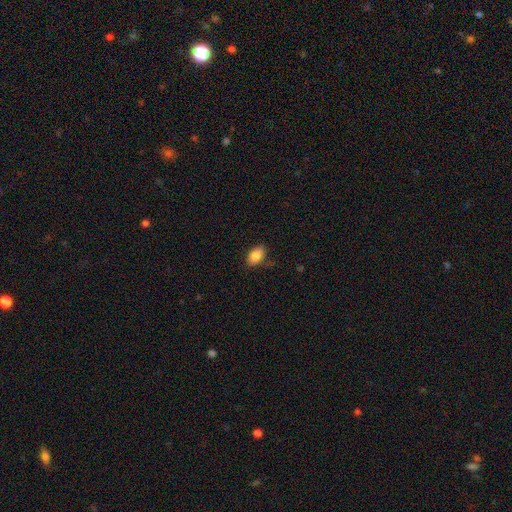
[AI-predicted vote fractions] The model was most divided on "merging": none: 77%, minor disturbance: 18%, major disturbance: 4%, merger: 1%. More confident: how rounded — in between (91%); smooth or featured — smooth (86%).